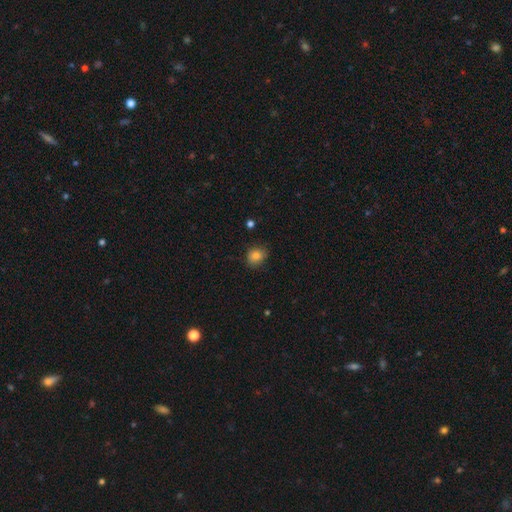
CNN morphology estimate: The model was most divided on "how rounded": round: 74%, in between: 25%, cigar-shaped: 1%. More confident: smooth or featured — smooth (82%); merging — none (79%).